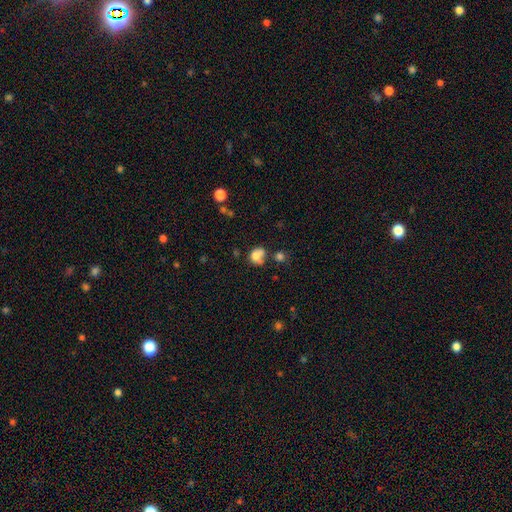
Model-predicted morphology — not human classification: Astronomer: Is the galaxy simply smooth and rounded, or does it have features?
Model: smooth — 74%.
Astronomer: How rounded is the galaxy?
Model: round — 60% (runner-up: in between, 39%).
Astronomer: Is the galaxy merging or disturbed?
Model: none — 35% (runner-up: merger, 33%).